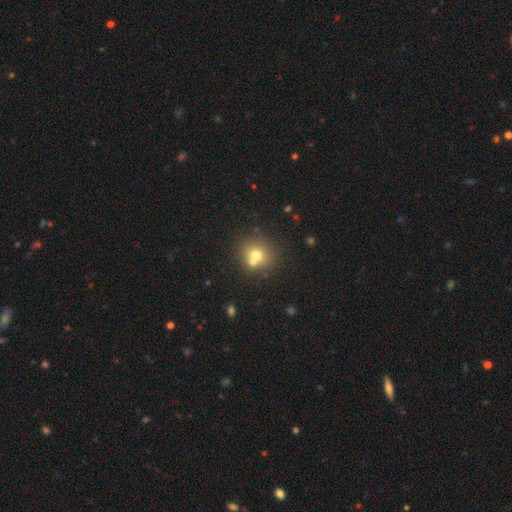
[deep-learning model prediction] This is likely a smooth galaxy (68%). How rounded: clearly round (88%). Merging: possibly none (59%).